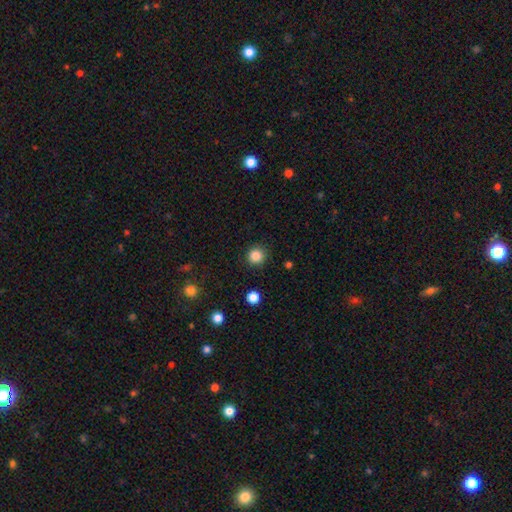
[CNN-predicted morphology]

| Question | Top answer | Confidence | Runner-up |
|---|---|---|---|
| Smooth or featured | smooth | 85% | star or artifact (11%) |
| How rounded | round | 94% | in between (5%) |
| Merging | none | 91% | minor disturbance (6%) |